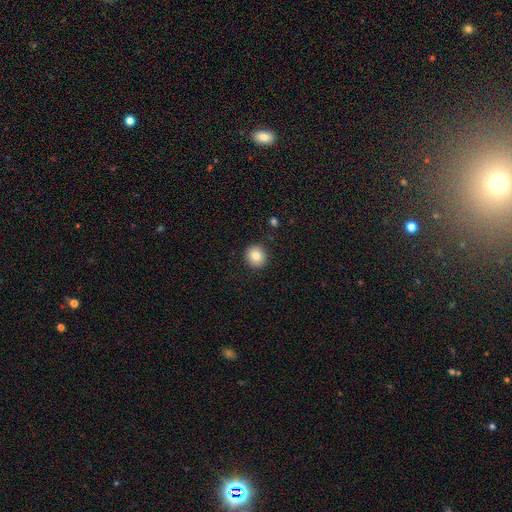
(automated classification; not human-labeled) smooth 84%, star or artifact 9%, featured or disk 7%. Down the decision tree: how rounded — round (86%); merging — none (90%).